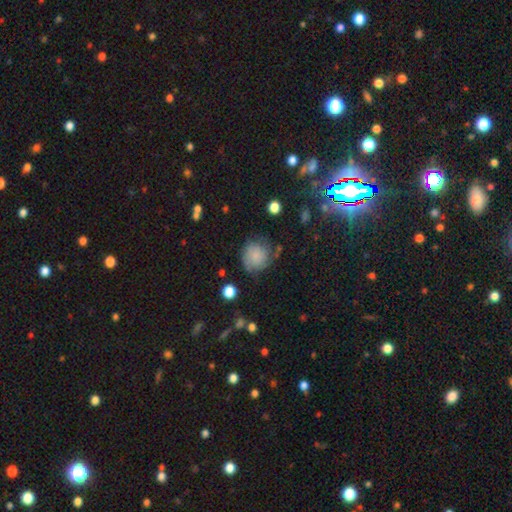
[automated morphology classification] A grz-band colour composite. It shows a smooth galaxy with no disk features (68%) that is round (86%). Merging: none (64%).